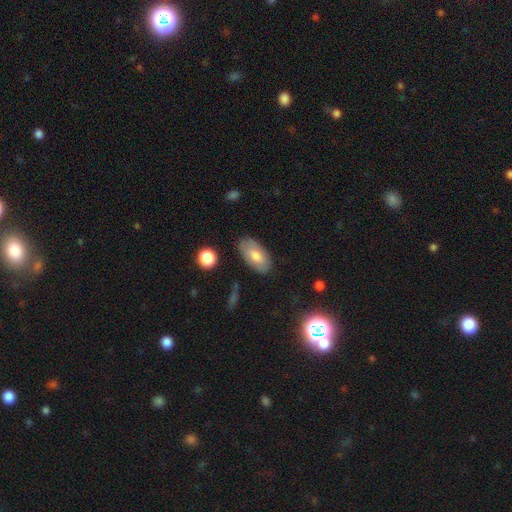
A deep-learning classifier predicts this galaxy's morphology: The model was most divided on "smooth or featured": smooth: 70%, featured or disk: 23%, star or artifact: 7%. More confident: how rounded — in between (94%); merging — none (81%).